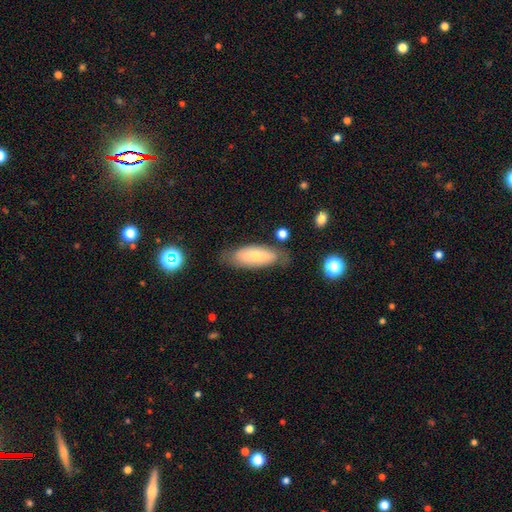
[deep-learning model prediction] Smooth or featured?
  - smooth: 65% *
  - featured or disk: 28%
  - star or artifact: 7%
How rounded?
  - in between: 72% *
  - cigar-shaped: 26%
  - round: 2%
Merging?
  - none: 69% *
  - minor disturbance: 22%
  - major disturbance: 6%
  - merger: 3%